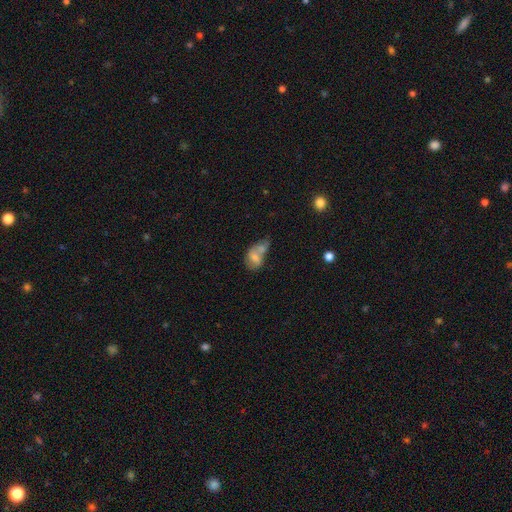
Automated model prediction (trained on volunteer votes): This appears to be a smooth galaxy with no disk features (60%) that is in between round and cigar-shaped (80%). Merging: merger (62%).